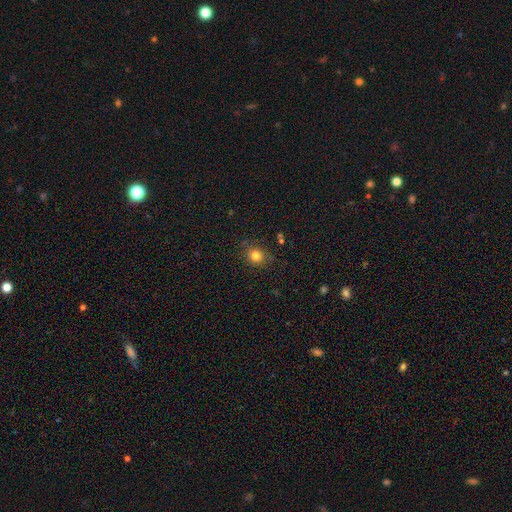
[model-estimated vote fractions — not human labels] This is clearly a smooth galaxy (81%). How rounded: likely round (71%). Merging: clearly none (81%).